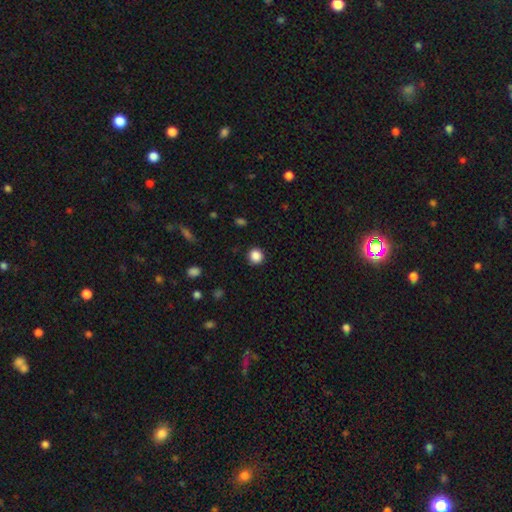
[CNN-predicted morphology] The model was most divided on "smooth or featured": smooth: 87%, star or artifact: 11%, featured or disk: 3%. More confident: merging — none (90%); how rounded — round (90%).